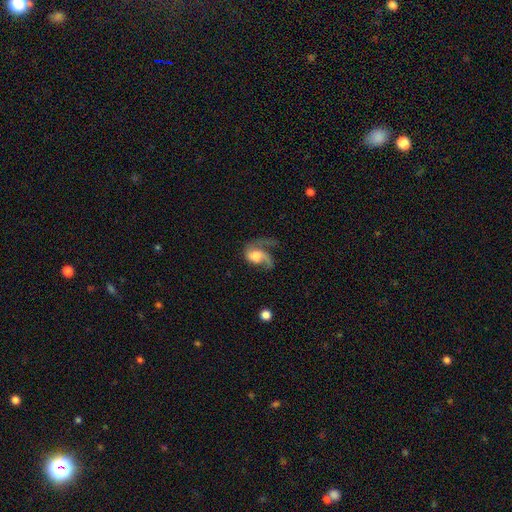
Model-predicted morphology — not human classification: Smooth or featured: featured or disk — 66% (smooth — 26%)
Edge-on disk: no — 97% (yes — 3%)
Bar: no — 66% (weak — 27%)
Spiral arms: yes — 86% (no — 14%)
Spiral winding: loose — 58% (medium — 33%)
Spiral arm count: 1 — 54% (2 — 33%)
Bulge size: moderate — 40% (large — 33%)
Merging: major disturbance — 50% (none — 27%)